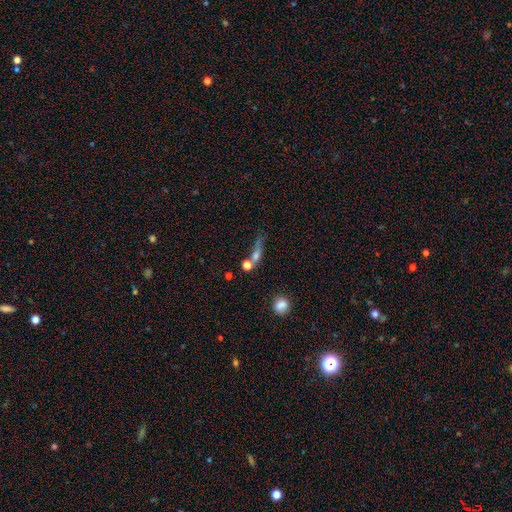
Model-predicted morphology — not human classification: A smooth galaxy with no disk features (58%) that is cigar-shaped (37%).

Vote fractions:
- Smooth or featured? smooth: 58% / featured or disk: 26% / star or artifact: 16%
- How rounded? cigar-shaped: 37% / in between: 34% / round: 29%
- Merging? none: 38% / merger: 32% / minor disturbance: 16% / major disturbance: 14%